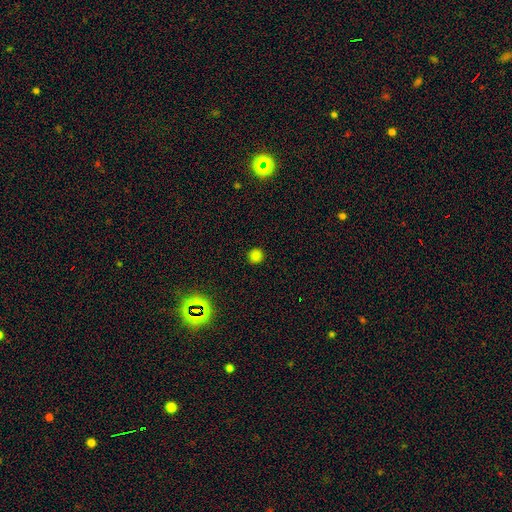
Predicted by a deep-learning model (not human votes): The model was most divided on "smooth or featured": smooth: 79%, star or artifact: 17%, featured or disk: 4%. More confident: how rounded — round (94%); merging — none (91%).